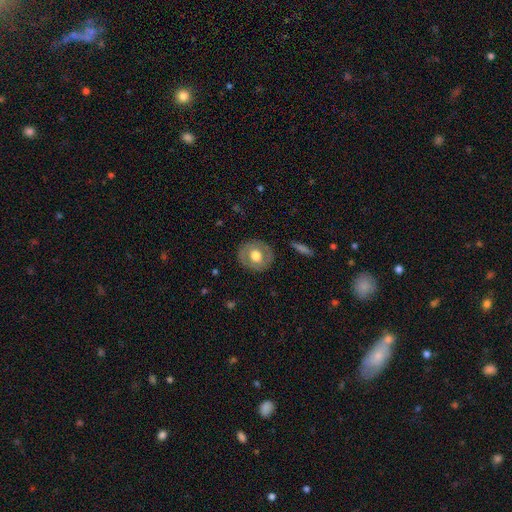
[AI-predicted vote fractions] Smooth or featured? Predicted: smooth (p=0.56). How rounded? Predicted: round (p=0.81). Merging? Predicted: none (p=0.86).